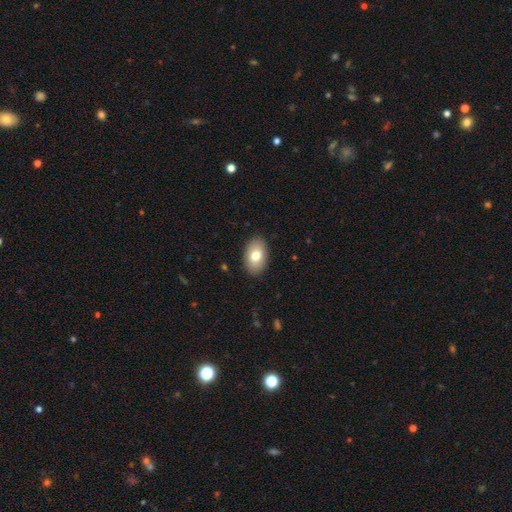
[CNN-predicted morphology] Smooth or featured?
  - smooth: 76% *
  - featured or disk: 16%
  - star or artifact: 7%
How rounded?
  - in between: 90% *
  - round: 8%
  - cigar-shaped: 1%
Merging?
  - none: 89% *
  - minor disturbance: 8%
  - major disturbance: 2%
  - merger: 1%